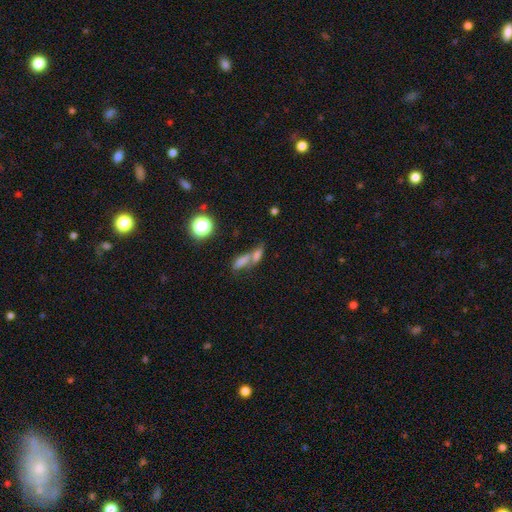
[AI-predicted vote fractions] A smooth galaxy with no disk features (64%) that is in between round and cigar-shaped (53%).

Vote fractions:
- Smooth or featured? smooth: 64% / featured or disk: 20% / star or artifact: 16%
- How rounded? in between: 53% / cigar-shaped: 37% / round: 10%
- Merging? merger: 60% / none: 26% / minor disturbance: 8% / major disturbance: 6%